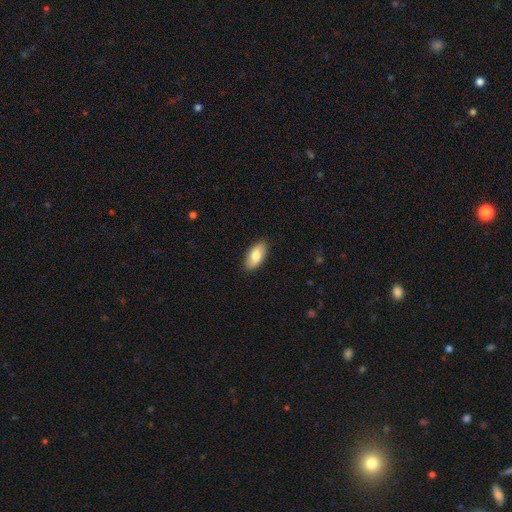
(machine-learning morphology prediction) This appears to be a smooth galaxy with no disk features (81%) that is in between round and cigar-shaped (93%). Merging: none (87%).